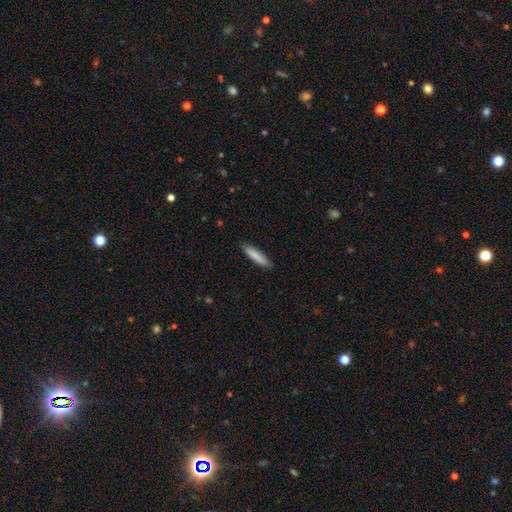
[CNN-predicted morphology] Overall: smooth (85%). How rounded: cigar-shaped (86%). Merging: none (88%).